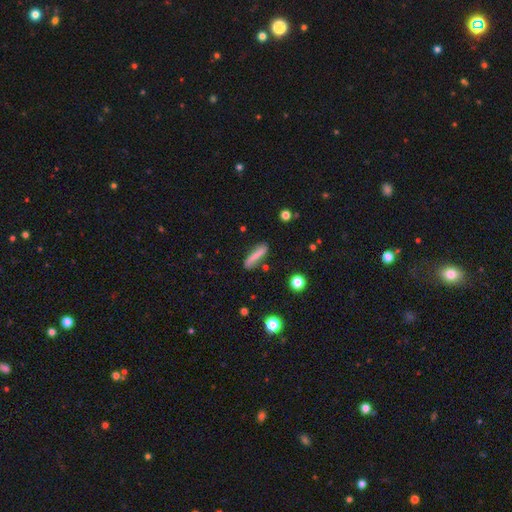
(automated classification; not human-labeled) smooth-or-featured: smooth: 65% | featured or disk: 27% | star or artifact: 8%
  how-rounded: cigar-shaped: 80% | in between: 17% | round: 3%
  merging: none: 77% | minor disturbance: 15% | major disturbance: 4% | merger: 4%